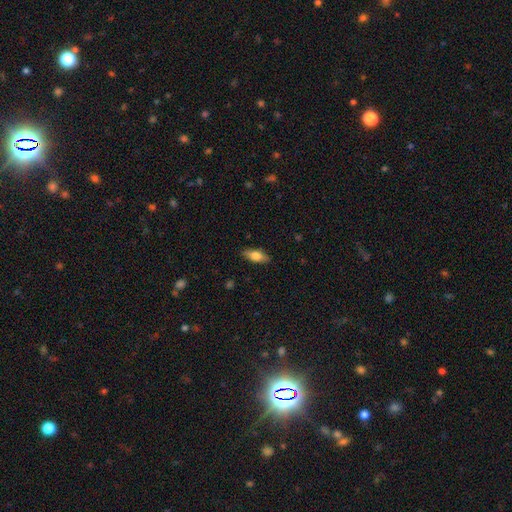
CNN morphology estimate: This is likely a smooth galaxy (75%). How rounded: likely in between (74%). Merging: clearly none (87%).